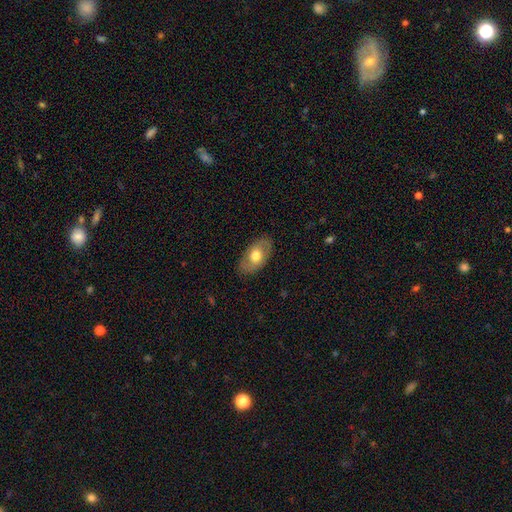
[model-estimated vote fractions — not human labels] Smooth or featured? Predicted: smooth (p=0.58). How rounded? Predicted: in between (p=0.91). Merging? Predicted: none (p=0.83).